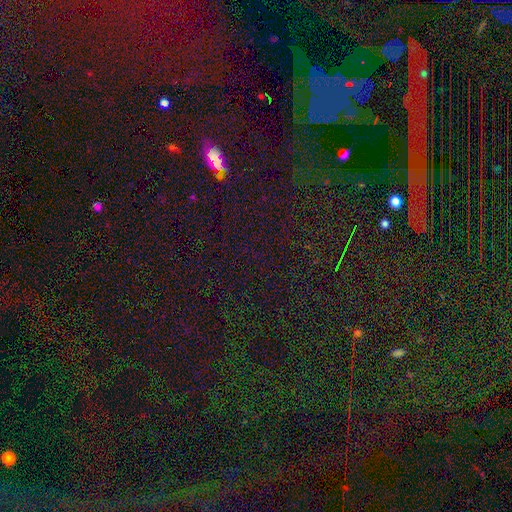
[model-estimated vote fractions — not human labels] Q: Smooth or featured?
A: star or artifact (77%); runner-up: smooth (16%)